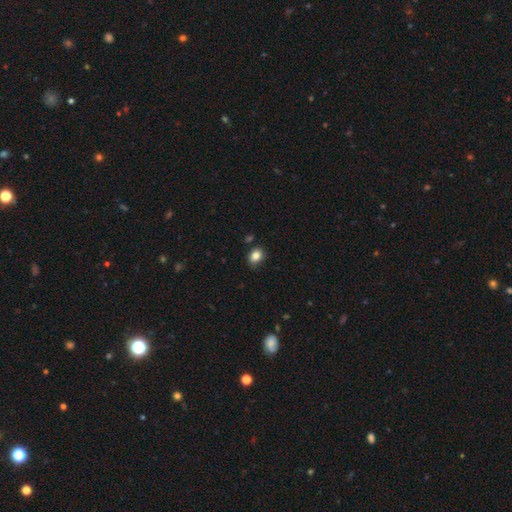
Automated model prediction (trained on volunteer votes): smooth-or-featured: smooth: 84% | star or artifact: 10% | featured or disk: 6%
  how-rounded: in between: 61% | round: 38% | cigar-shaped: 1%
  merging: none: 81% | minor disturbance: 14% | major disturbance: 3% | merger: 3%